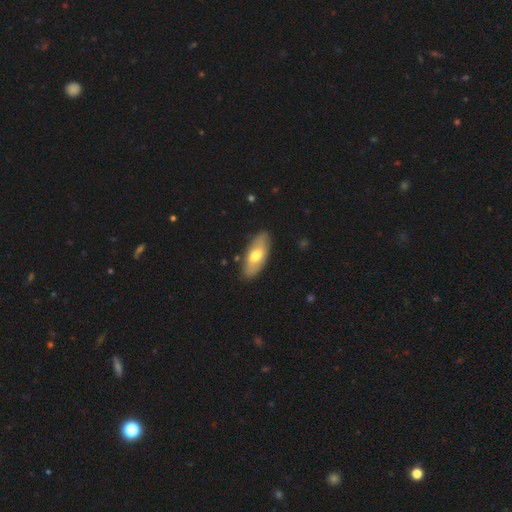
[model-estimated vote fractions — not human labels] This is likely a smooth galaxy (60%). How rounded: clearly in between (85%). Merging: clearly none (84%).